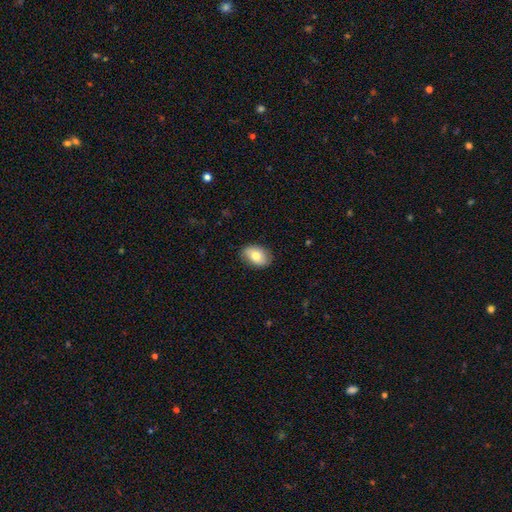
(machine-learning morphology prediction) A smooth galaxy with no disk features (72%) that is in between round and cigar-shaped (86%). Merging: none (82%).